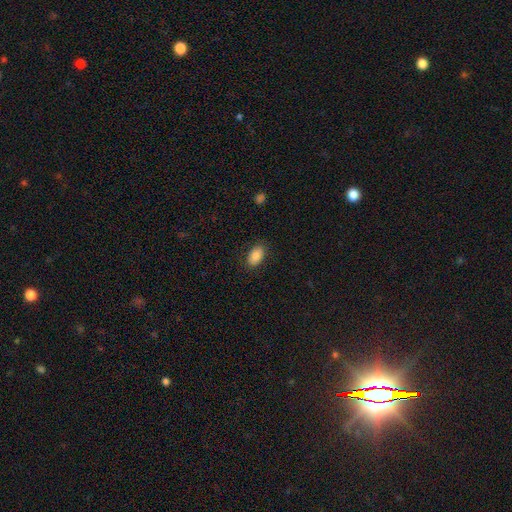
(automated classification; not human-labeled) Smooth or featured? smooth (84%)
How rounded? in between (91%)
Merging? none (86%)